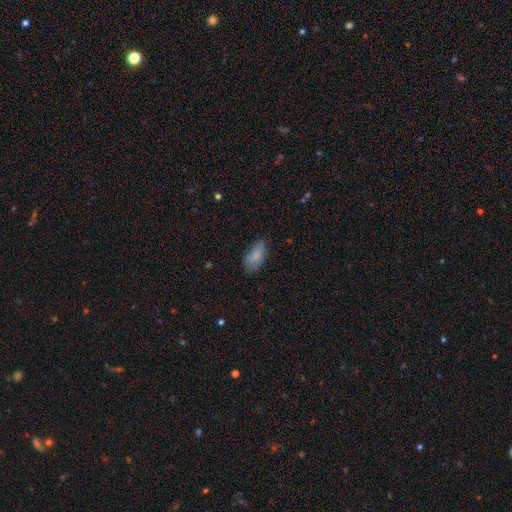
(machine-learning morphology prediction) This appears to be a smooth galaxy with no disk features (79%) that is in between round and cigar-shaped (92%). Merging: none (64%).